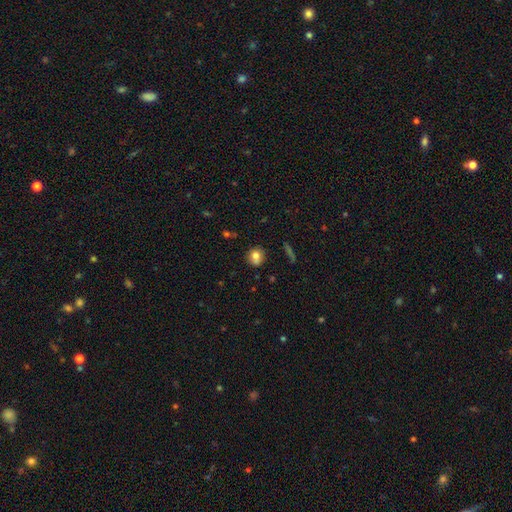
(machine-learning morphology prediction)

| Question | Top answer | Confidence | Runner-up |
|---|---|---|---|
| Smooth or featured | smooth | 75% | featured or disk (14%) |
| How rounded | round | 81% | in between (18%) |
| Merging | none | 68% | minor disturbance (17%) |